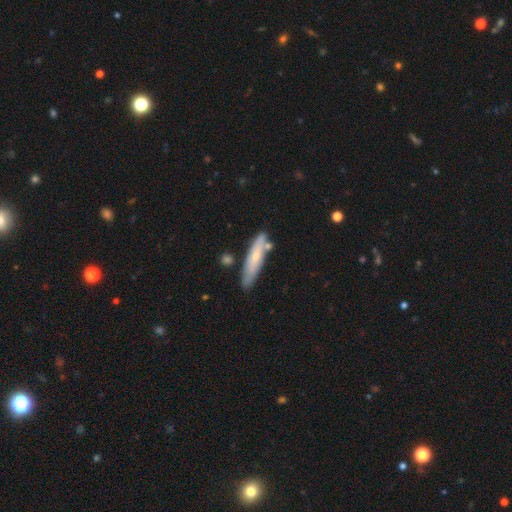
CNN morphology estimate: This appears to be a smooth galaxy with no disk features (57%) that is cigar-shaped (83%). Merging: none (74%).